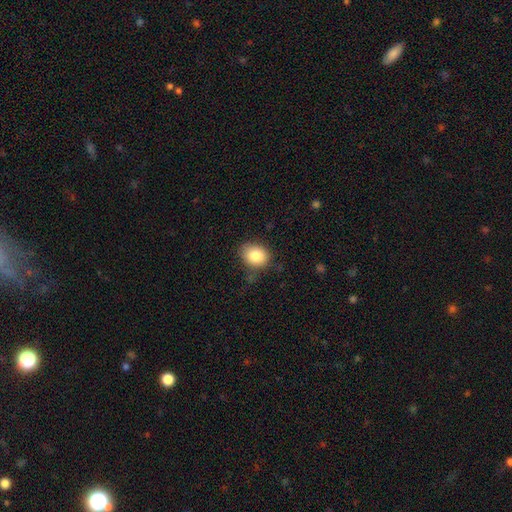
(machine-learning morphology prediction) Overall: smooth (84%). How rounded: in between (51%; round 48%). Merging: none (73%).